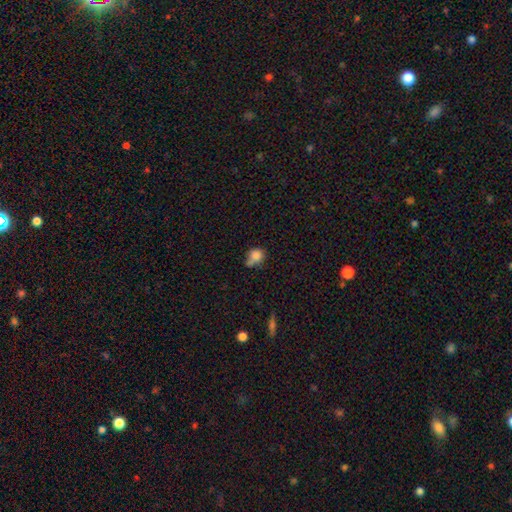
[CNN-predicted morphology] Smooth or featured: smooth — 79% (star or artifact — 11%)
How rounded: round — 67% (in between — 32%)
Merging: none — 40% (minor disturbance — 28%)